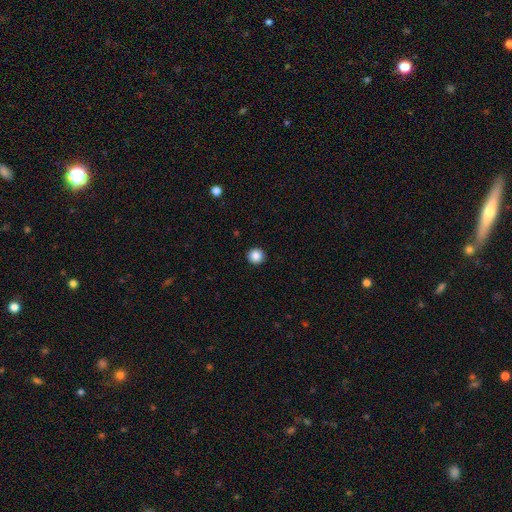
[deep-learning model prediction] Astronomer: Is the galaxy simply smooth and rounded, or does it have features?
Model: smooth — 87%.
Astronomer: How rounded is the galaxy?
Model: round — 96%.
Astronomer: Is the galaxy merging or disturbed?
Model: none — 93%.